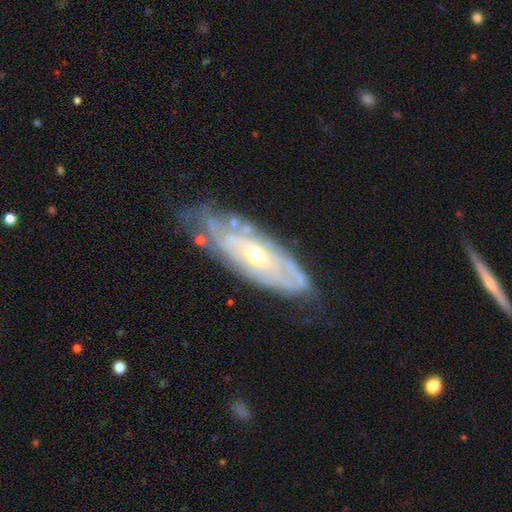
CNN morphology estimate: A featured or disk galaxy (81%) with no bar (70%), tight (72%) spiral arms (78%) and a moderate central bulge (49%). Merging: none (65%).